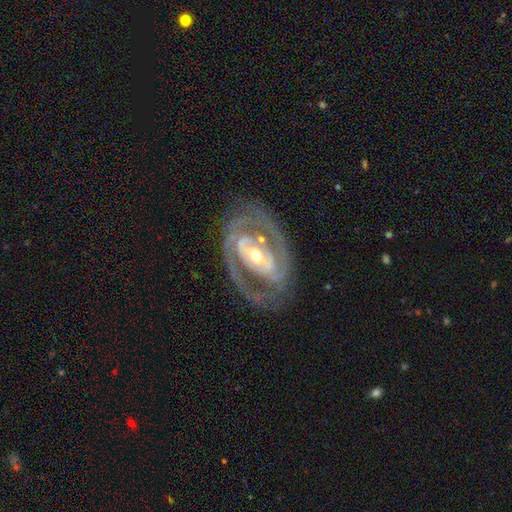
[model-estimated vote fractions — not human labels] The model was most divided on "bulge size": moderate: 53%, small: 40%, large: 5%, dominant: 1%, none: 1%. Remaining: edge-on disk — no (94%); smooth or featured — featured or disk (87%); spiral arms — yes (82%); merging — none (74%); spiral arm count — 2 (72%); spiral winding — tight (53%); bar — strong (43%).